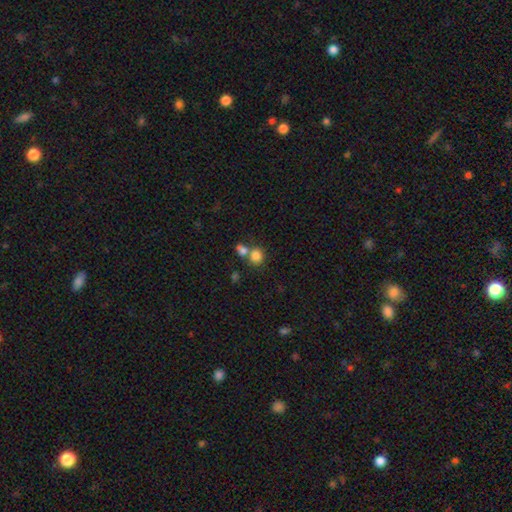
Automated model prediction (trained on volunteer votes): A smooth galaxy with no disk features (81%) that is round (78%).

Vote fractions:
- Smooth or featured? smooth: 81% / star or artifact: 11% / featured or disk: 8%
- How rounded? round: 78% / in between: 20% / cigar-shaped: 1%
- Merging? none: 49% / merger: 39% / minor disturbance: 8% / major disturbance: 4%